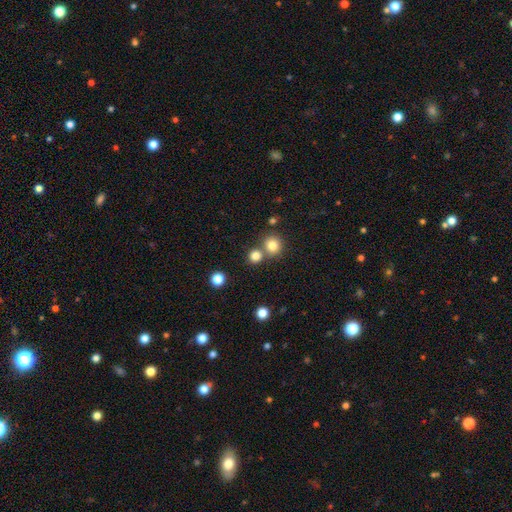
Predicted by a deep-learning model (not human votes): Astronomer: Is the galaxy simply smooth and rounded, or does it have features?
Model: smooth — 80%.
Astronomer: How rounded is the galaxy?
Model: round — 87%.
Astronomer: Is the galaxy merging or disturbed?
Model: none — 66%.